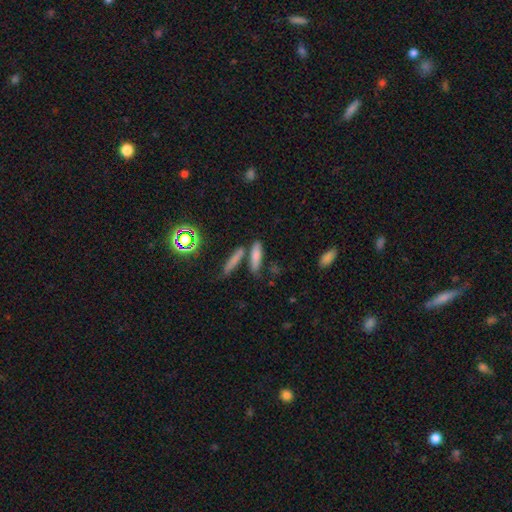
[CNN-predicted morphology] type=smooth (75%); roundness=cigar-shaped (69%); merging=none (65%).